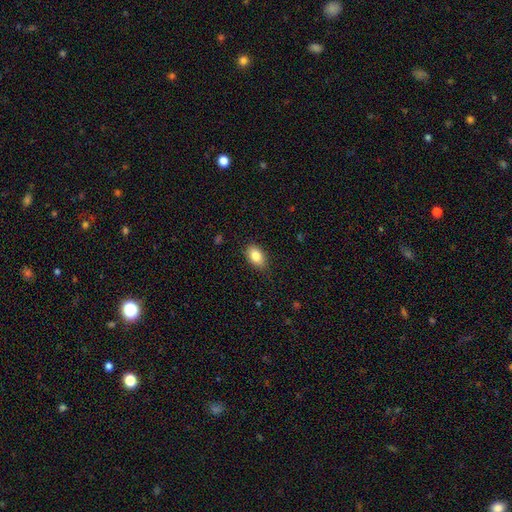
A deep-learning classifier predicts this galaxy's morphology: A smooth galaxy with no disk features (84%) that is in between round and cigar-shaped (89%).

Vote fractions:
- Smooth or featured? smooth: 84% / featured or disk: 8% / star or artifact: 8%
- How rounded? in between: 89% / round: 10% / cigar-shaped: 2%
- Merging? none: 84% / minor disturbance: 13% / major disturbance: 2% / merger: 1%